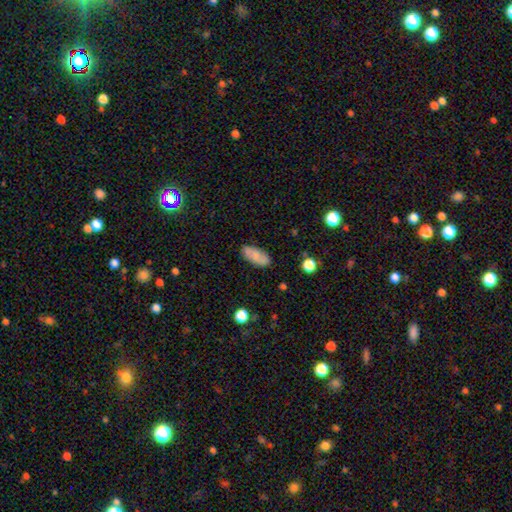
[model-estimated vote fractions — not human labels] A smooth galaxy with no disk features (70%) that is in between round and cigar-shaped (88%).

Vote fractions:
- Smooth or featured? smooth: 70% / featured or disk: 22% / star or artifact: 8%
- How rounded? in between: 88% / cigar-shaped: 9% / round: 3%
- Merging? none: 81% / minor disturbance: 14% / major disturbance: 3% / merger: 2%